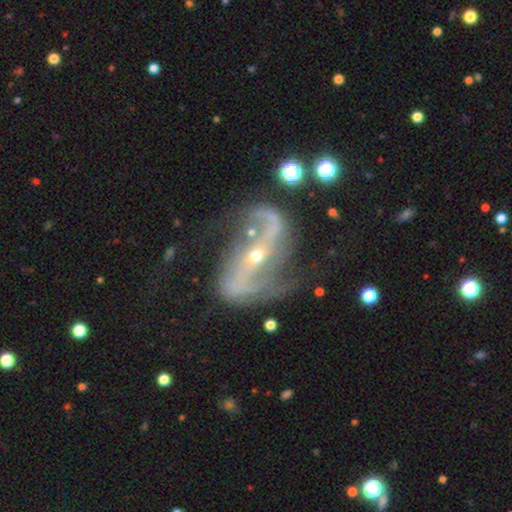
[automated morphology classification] Smooth or featured? featured or disk (91%)
Edge-on disk? no (95%)
Bar? strong (55%)
Spiral arms? yes (96%)
Spiral winding? loose (60%)
Spiral arm count? 2 (92%)
Bulge size? small (71%)
Merging? none (66%)